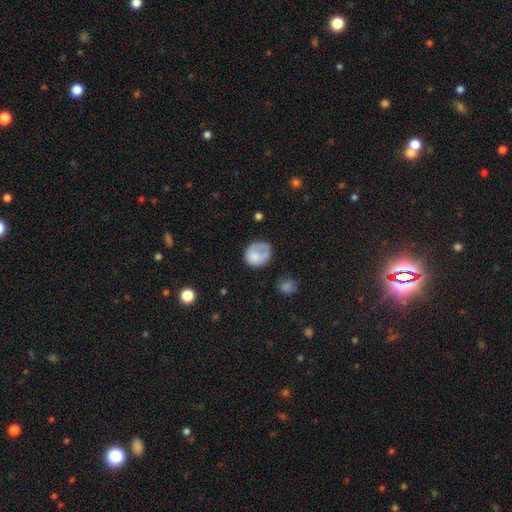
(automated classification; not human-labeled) smooth 74%, featured or disk 18%, star or artifact 8%. Down the decision tree: how rounded — round (59%); merging — none (44%).